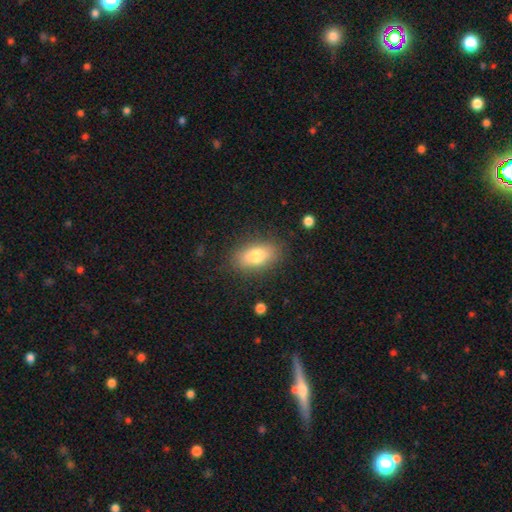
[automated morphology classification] smooth_or_featured: smooth (p=0.75) [alt: featured or disk p=0.16]
how_rounded: in between (p=0.86) [alt: round p=0.09]
merging: none (p=0.83) [alt: minor disturbance p=0.12]